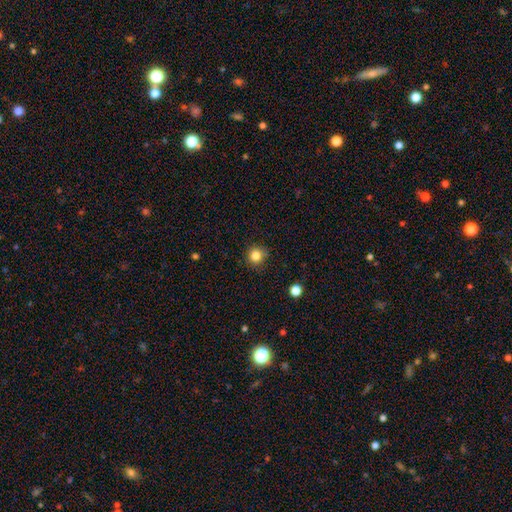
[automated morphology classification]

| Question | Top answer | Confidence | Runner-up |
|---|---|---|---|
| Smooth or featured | smooth | 83% | star or artifact (12%) |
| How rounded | round | 91% | in between (8%) |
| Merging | none | 87% | minor disturbance (10%) |